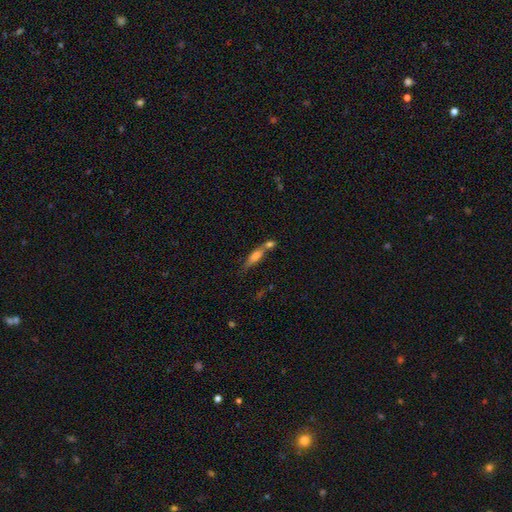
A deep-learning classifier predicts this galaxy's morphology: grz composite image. It shows a smooth galaxy with no disk features (63%) that is cigar-shaped (57%). Merging: merger (48%).